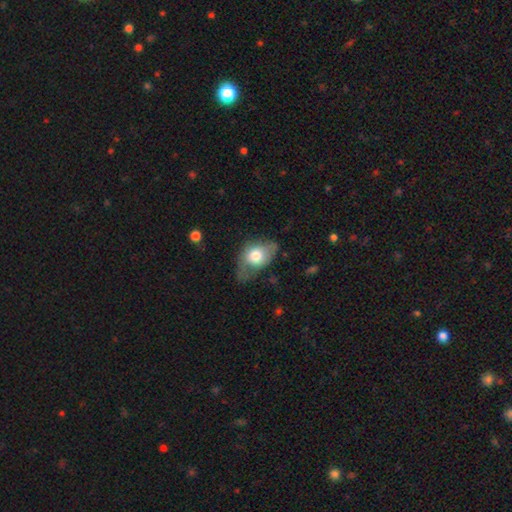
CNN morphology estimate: Smooth or featured: smooth — 66% (featured or disk — 27%)
How rounded: in between — 79% (round — 19%)
Merging: minor disturbance — 38% (none — 34%)